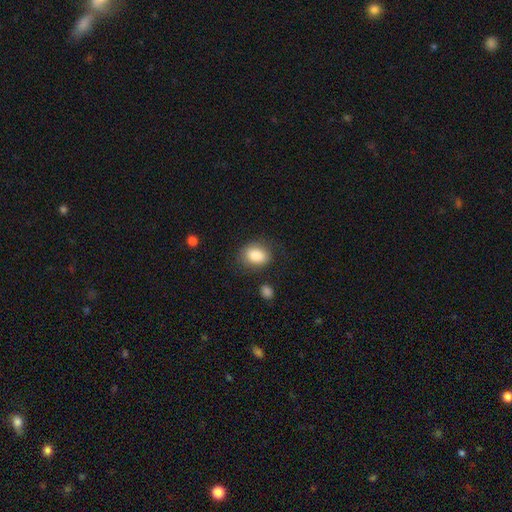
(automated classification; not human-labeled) This appears to be a smooth galaxy with no disk features (84%) that is in between round and cigar-shaped (60%). Merging: none (76%).